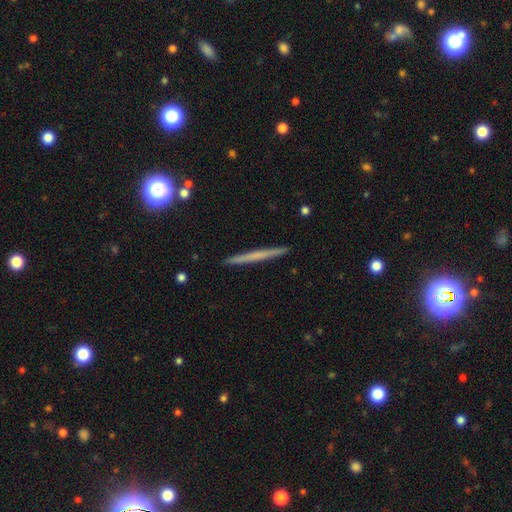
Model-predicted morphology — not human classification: smooth-or-featured: featured or disk: 47% | smooth: 46% | star or artifact: 7%
  merging: none: 92% | minor disturbance: 5% | major disturbance: 1% | merger: 1%